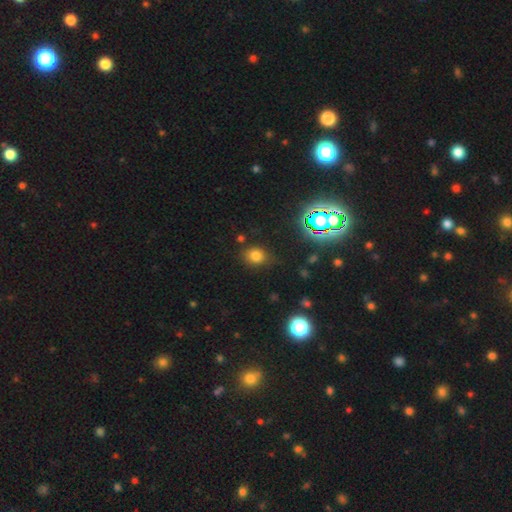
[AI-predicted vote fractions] smooth 72%, star or artifact 21%, featured or disk 7%. Down the decision tree: how rounded — round (64%); merging — none (78%).